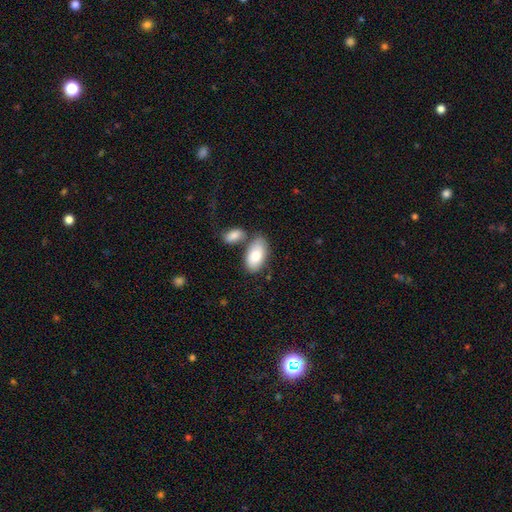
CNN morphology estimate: Smooth or featured? smooth (78%)
How rounded? in between (95%)
Merging? none (56%)